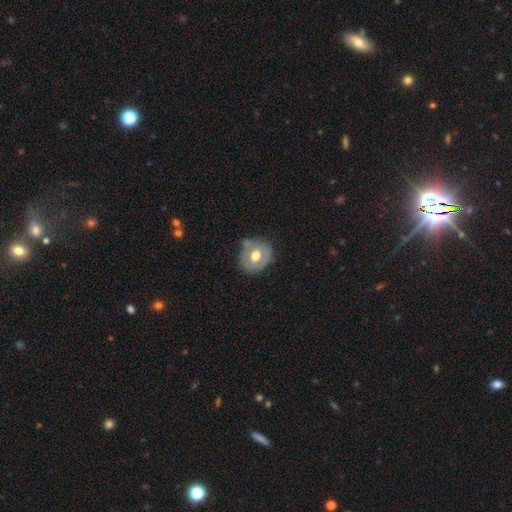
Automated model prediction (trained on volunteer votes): smooth-or-featured: smooth: 55% | featured or disk: 38% | star or artifact: 7%
  how-rounded: round: 65% | in between: 34% | cigar-shaped: 1%
  merging: none: 65% | minor disturbance: 22% | merger: 7% | major disturbance: 6%